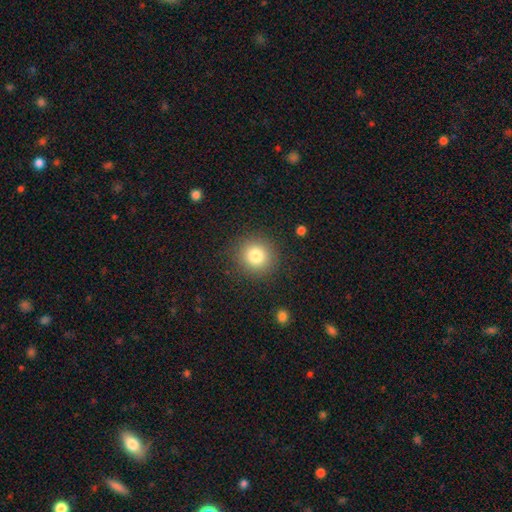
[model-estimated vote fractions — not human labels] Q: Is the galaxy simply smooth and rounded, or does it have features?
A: smooth — 81%.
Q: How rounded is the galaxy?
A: round — 92%.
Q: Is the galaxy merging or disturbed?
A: none — 88%.